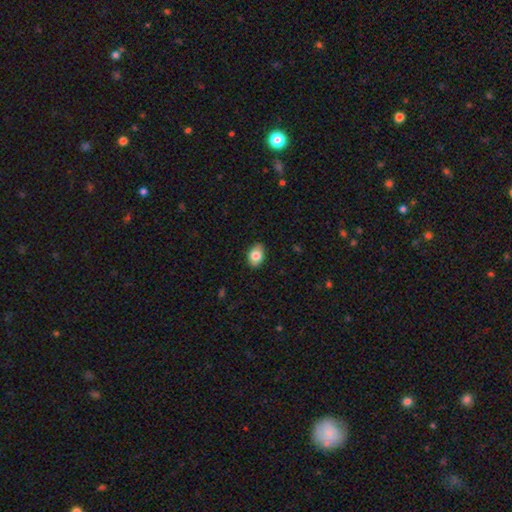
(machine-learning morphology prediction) smooth 83%, featured or disk 10%, star or artifact 8%. Down the decision tree: how rounded — in between (83%); merging — none (85%).